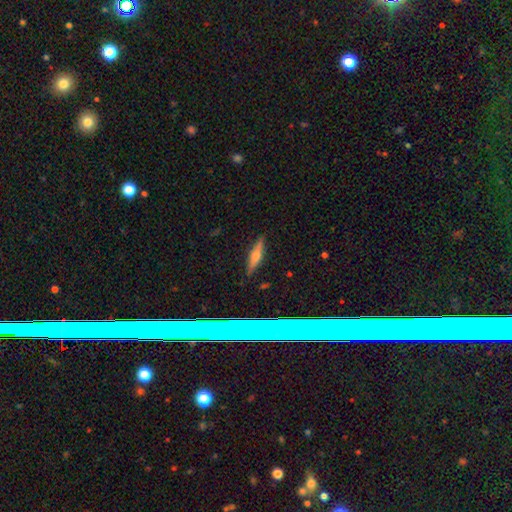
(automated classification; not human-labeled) smooth_or_featured: featured or disk (p=0.56) [alt: smooth p=0.34]
disk_edge_on: yes (p=0.91) [alt: no p=0.09]
edge_on_bulge: rounded (p=0.84) [alt: none p=0.08]
merging: none (p=0.85) [alt: minor disturbance p=0.11]